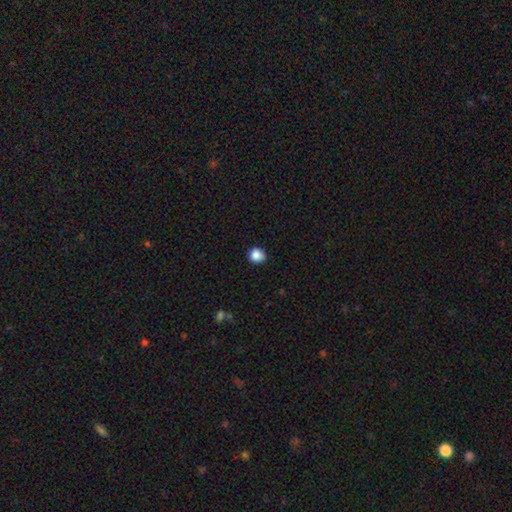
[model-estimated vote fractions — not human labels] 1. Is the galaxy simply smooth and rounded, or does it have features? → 87% smooth, 10% star or artifact, 3% featured or disk.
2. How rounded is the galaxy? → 85% round, 15% in between, 1% cigar-shaped.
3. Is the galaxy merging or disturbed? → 83% none, 13% minor disturbance, 2% major disturbance, 1% merger.